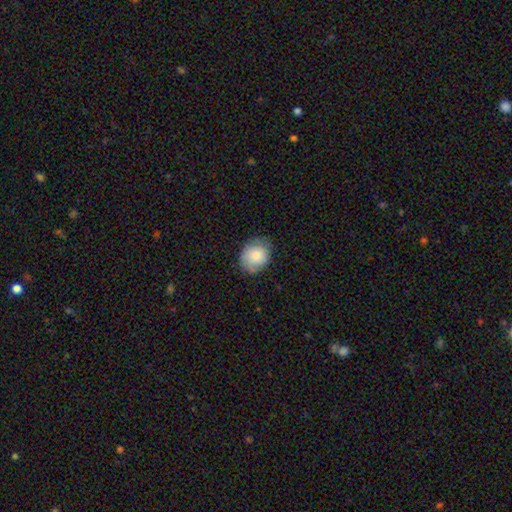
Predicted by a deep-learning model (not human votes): Smooth or featured?
  - smooth: 79% *
  - featured or disk: 14%
  - star or artifact: 7%
How rounded?
  - round: 58% *
  - in between: 41%
  - cigar-shaped: 1%
Merging?
  - none: 70% *
  - minor disturbance: 24%
  - major disturbance: 5%
  - merger: 1%